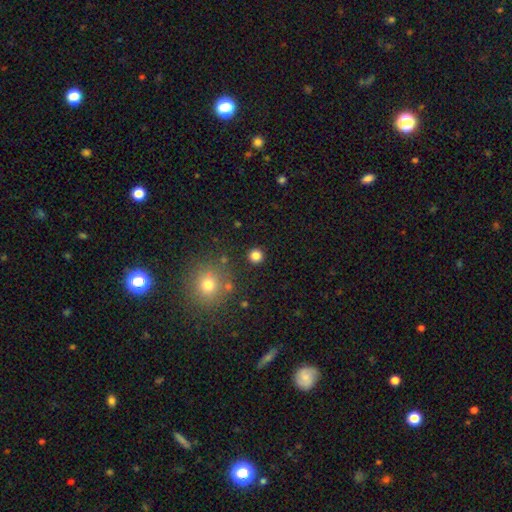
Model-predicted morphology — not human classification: type=smooth (82%); roundness=round (94%); merging=none (89%).